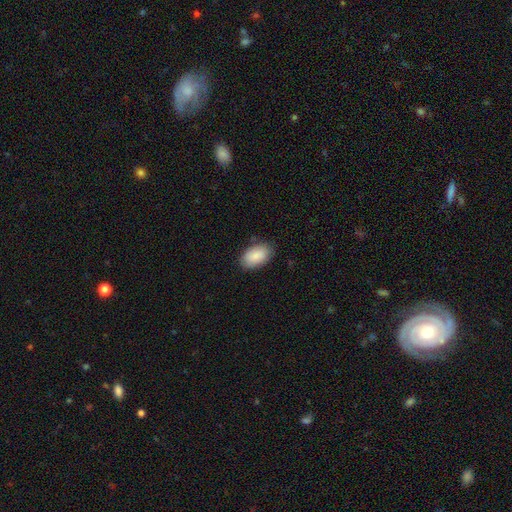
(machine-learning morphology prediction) Smooth or featured: smooth — 89% (star or artifact — 6%)
How rounded: in between — 94% (round — 4%)
Merging: none — 83% (minor disturbance — 13%)